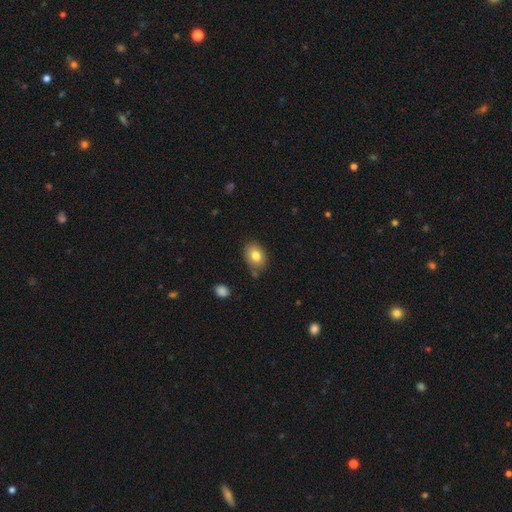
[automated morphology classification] smooth 80%, featured or disk 12%, star or artifact 9%. Down the decision tree: how rounded — in between (76%); merging — none (76%).